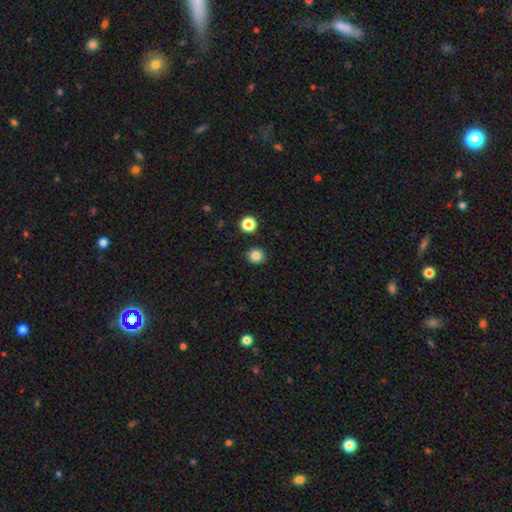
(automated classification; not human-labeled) Smooth or featured? Predicted: smooth (p=0.84). How rounded? Predicted: round (p=0.93). Merging? Predicted: none (p=0.91).